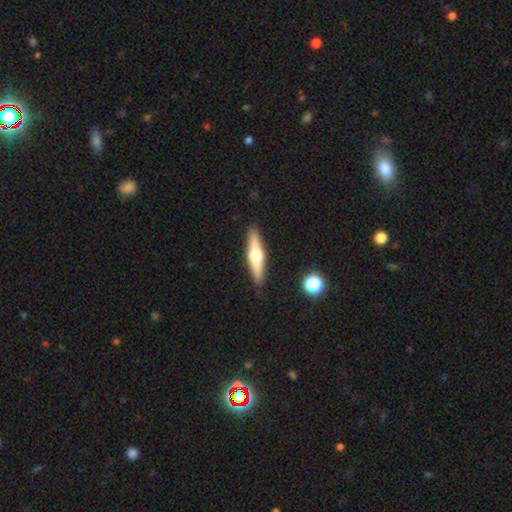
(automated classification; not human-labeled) Morphology: type=featured or disk (55%); edge-on=yes (94%); edge-on bulge=rounded (93%); merging=none (89%).